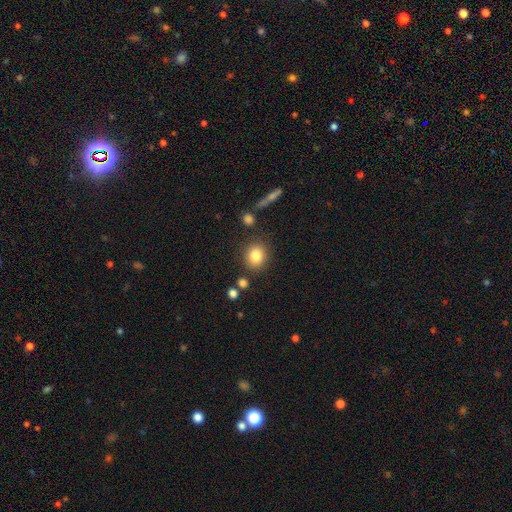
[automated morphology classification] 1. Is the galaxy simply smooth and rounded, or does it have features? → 84% smooth, 9% star or artifact, 7% featured or disk.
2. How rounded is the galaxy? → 75% round, 24% in between, 1% cigar-shaped.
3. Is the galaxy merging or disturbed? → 83% none, 9% minor disturbance, 5% merger, 3% major disturbance.